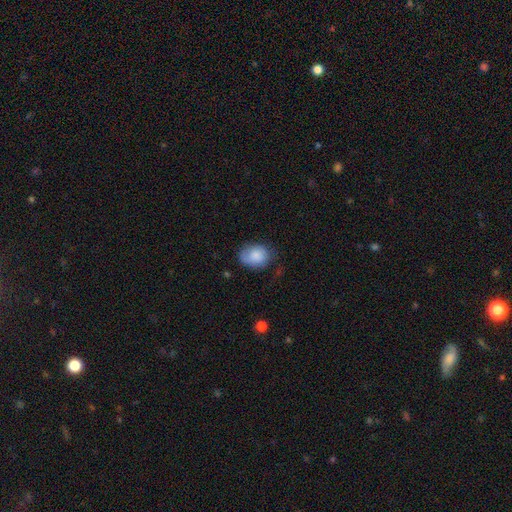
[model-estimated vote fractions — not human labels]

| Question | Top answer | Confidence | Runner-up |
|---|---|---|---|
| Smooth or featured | smooth | 82% | featured or disk (11%) |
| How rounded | in between | 62% | round (37%) |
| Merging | none | 62% | minor disturbance (27%) |